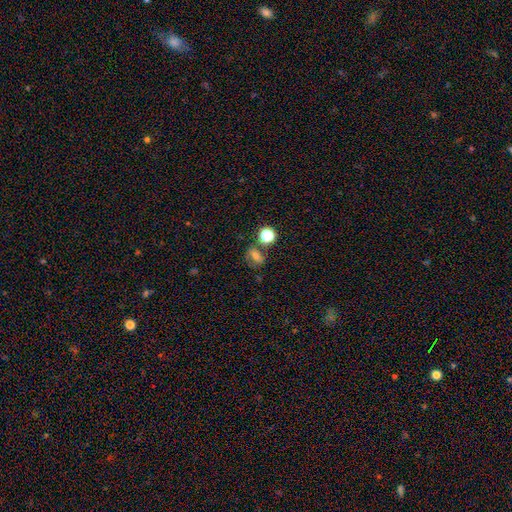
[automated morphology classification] Smooth or featured: smooth — 45% (star or artifact — 28%)
Merging: none — 64% (minor disturbance — 15%)